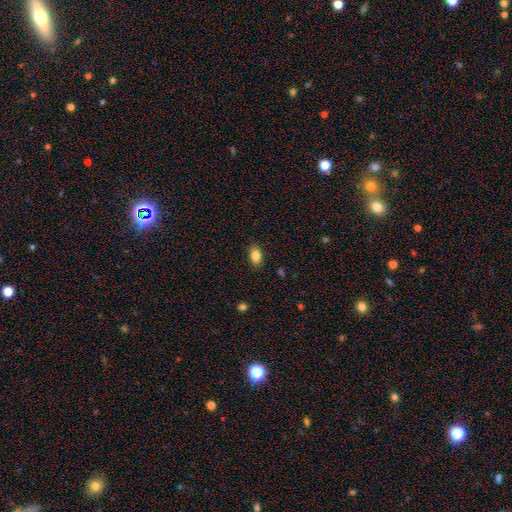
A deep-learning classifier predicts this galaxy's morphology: smooth_or_featured: smooth (p=0.85) [alt: star or artifact p=0.08]
how_rounded: in between (p=0.86) [alt: round p=0.12]
merging: none (p=0.86) [alt: minor disturbance p=0.11]